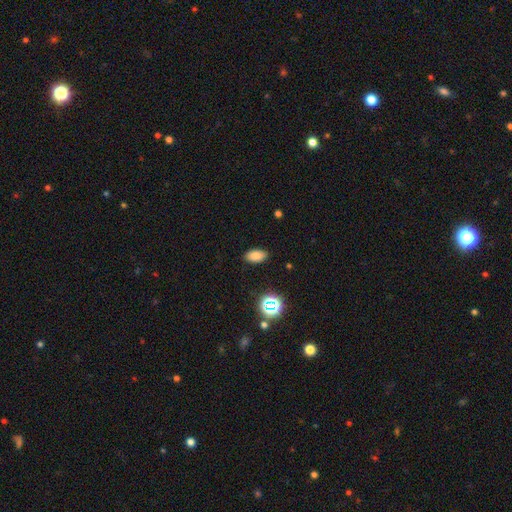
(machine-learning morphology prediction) smooth_or_featured: smooth (p=0.81) [alt: star or artifact p=0.14]
how_rounded: in between (p=0.92) [alt: round p=0.06]
merging: none (p=0.87) [alt: minor disturbance p=0.09]